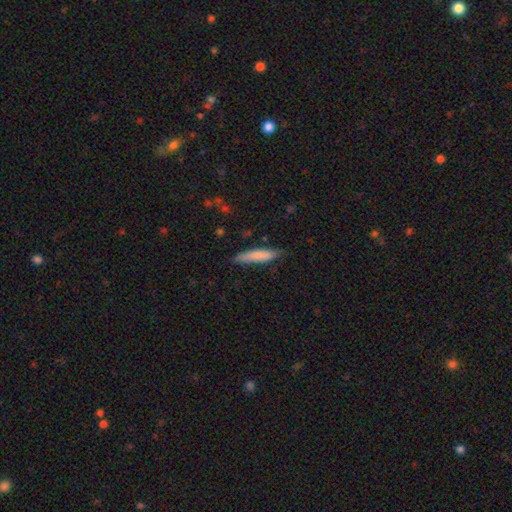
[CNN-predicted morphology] smooth-or-featured: smooth: 77% | featured or disk: 17% | star or artifact: 6%
  how-rounded: cigar-shaped: 88% | in between: 10% | round: 1%
  merging: none: 81% | minor disturbance: 15% | major disturbance: 2% | merger: 2%